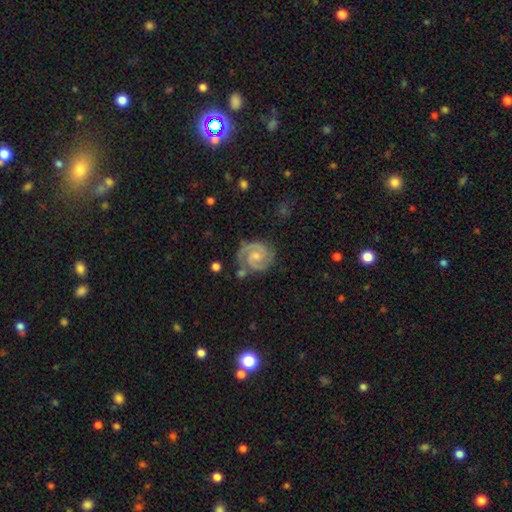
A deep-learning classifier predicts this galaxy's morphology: This is clearly a featured or disk galaxy (87%). It is clearly not viewed edge-on (98%). Bar: possibly no (56%). Spiral arm pattern: clearly yes (98%). Spiral arm count: clearly 2 (88%). Spiral winding: possibly tight (58%). Central bulge: possibly small (45%). Merging: likely none (72%).